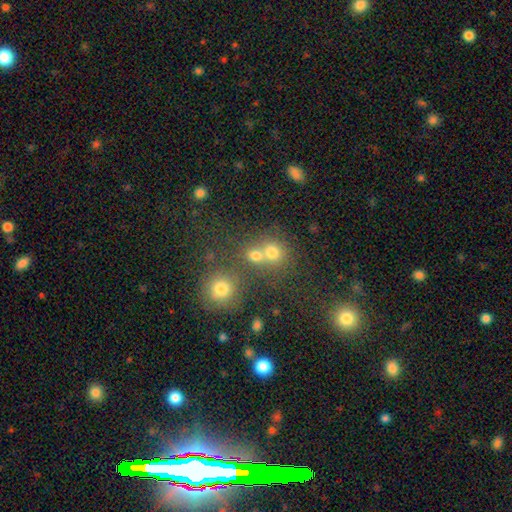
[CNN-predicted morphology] Smooth or featured: smooth — 73% (star or artifact — 17%)
How rounded: round — 77% (in between — 22%)
Merging: merger — 45% (none — 44%)